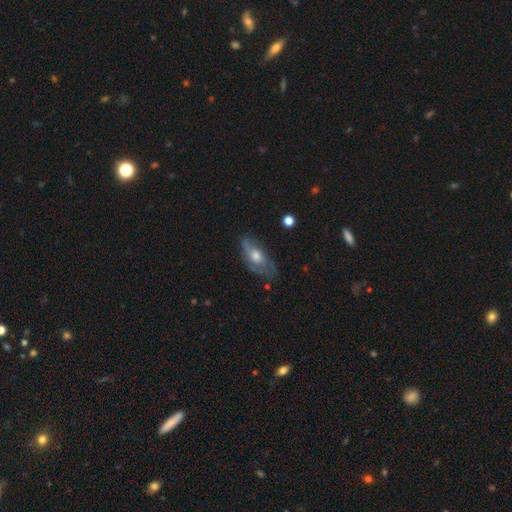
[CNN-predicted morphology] featured or disk 53%, smooth 39%, star or artifact 8%. Down the decision tree: edge-on disk — no (79%); merging — none (57%).